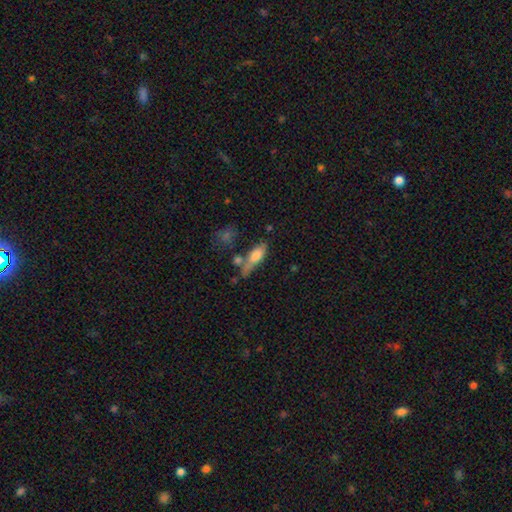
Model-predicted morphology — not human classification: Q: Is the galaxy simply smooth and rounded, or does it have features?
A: smooth — 68%.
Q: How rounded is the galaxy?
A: in between — 60%.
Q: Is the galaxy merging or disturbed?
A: none — 39%.